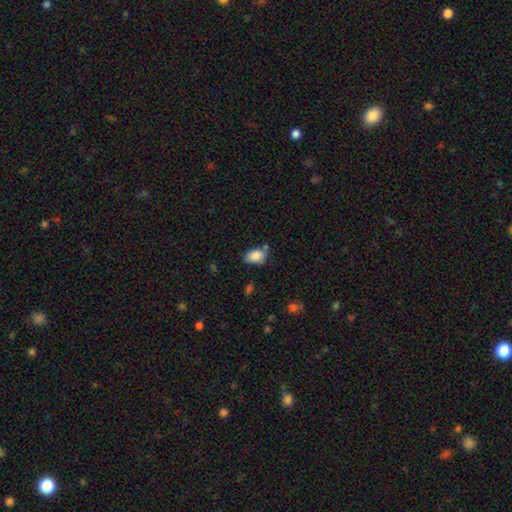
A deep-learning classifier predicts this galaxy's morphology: Smooth or featured?
  - smooth: 86% *
  - star or artifact: 8%
  - featured or disk: 7%
How rounded?
  - in between: 86% *
  - round: 13%
  - cigar-shaped: 1%
Merging?
  - none: 65% *
  - minor disturbance: 21%
  - merger: 9%
  - major disturbance: 4%